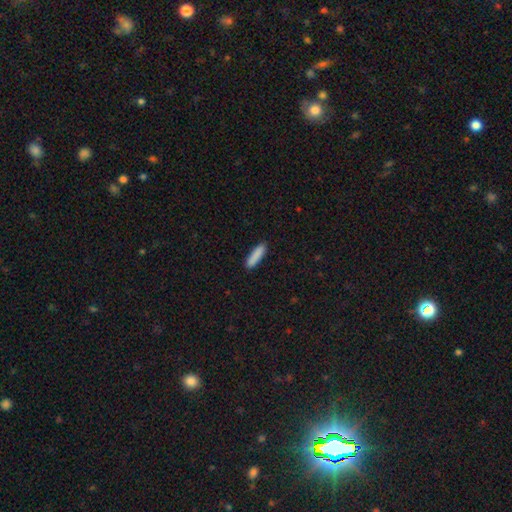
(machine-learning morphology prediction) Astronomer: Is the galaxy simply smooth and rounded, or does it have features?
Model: smooth — 88%.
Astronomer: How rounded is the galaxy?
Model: cigar-shaped — 77%.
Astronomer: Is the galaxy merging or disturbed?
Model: none — 90%.